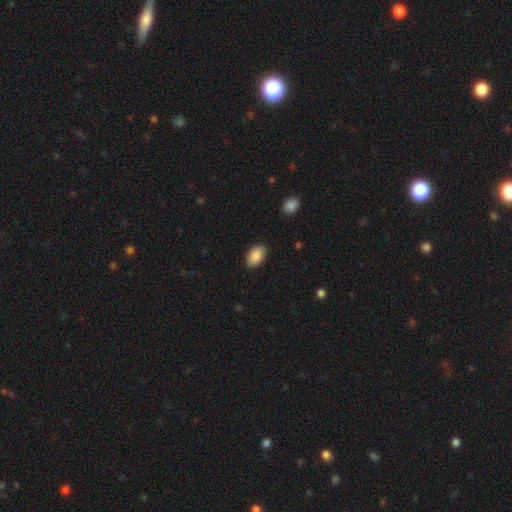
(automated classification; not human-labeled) This is clearly a smooth galaxy (89%). How rounded: clearly in between (92%). Merging: clearly none (87%).